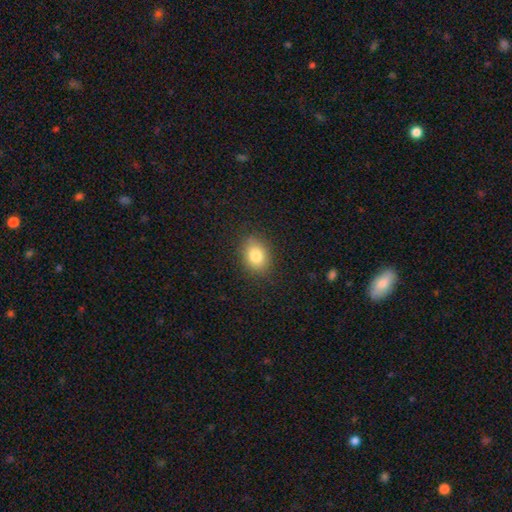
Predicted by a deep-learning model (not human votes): smooth 81%, star or artifact 10%, featured or disk 9%. Down the decision tree: how rounded — in between (64%); merging — none (85%).